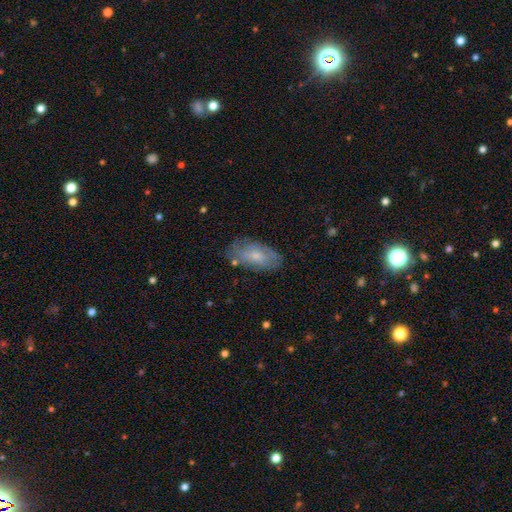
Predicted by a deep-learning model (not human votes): Smooth or featured: smooth — 57% (featured or disk — 36%)
How rounded: in between — 91% (cigar-shaped — 5%)
Merging: none — 72% (minor disturbance — 20%)